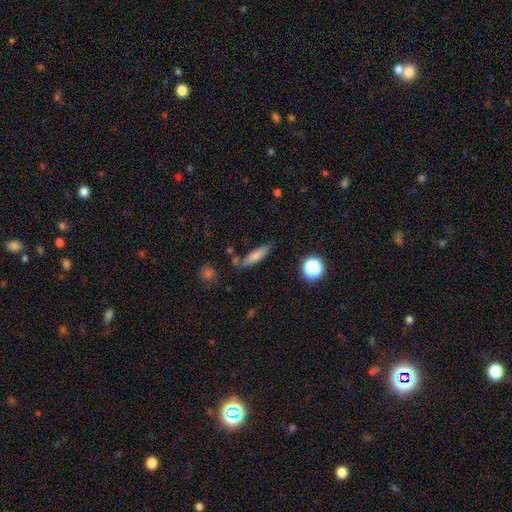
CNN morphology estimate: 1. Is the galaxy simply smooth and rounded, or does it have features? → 73% smooth, 17% featured or disk, 10% star or artifact.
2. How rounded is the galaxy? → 66% cigar-shaped, 30% in between, 4% round.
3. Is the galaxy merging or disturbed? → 75% none, 15% minor disturbance, 6% merger, 4% major disturbance.